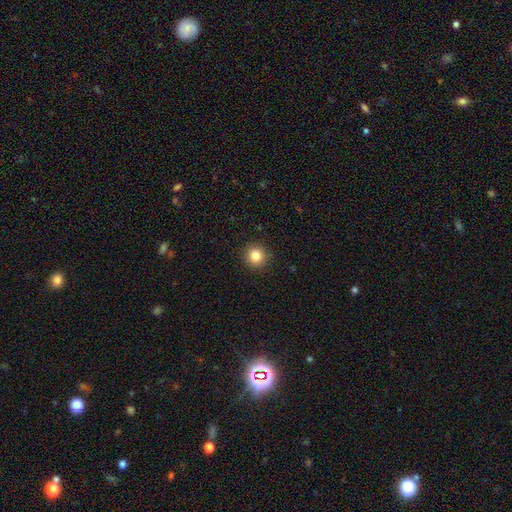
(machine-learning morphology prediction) This appears to be a smooth galaxy with no disk features (84%) that is round (93%). Merging: none (92%).